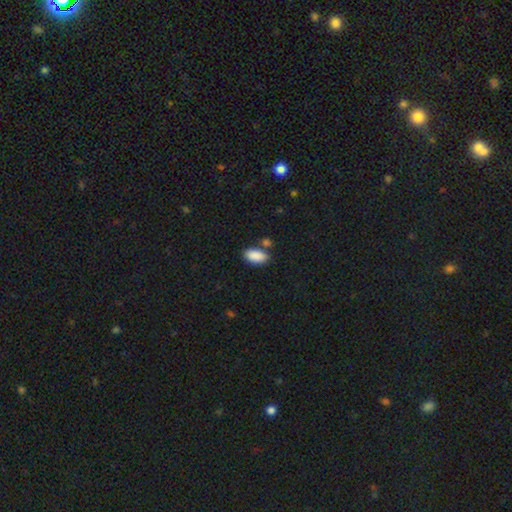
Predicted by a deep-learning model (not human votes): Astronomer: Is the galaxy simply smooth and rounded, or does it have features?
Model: smooth — 89%.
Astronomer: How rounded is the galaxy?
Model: in between — 93%.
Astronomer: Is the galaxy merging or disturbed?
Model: none — 74%.